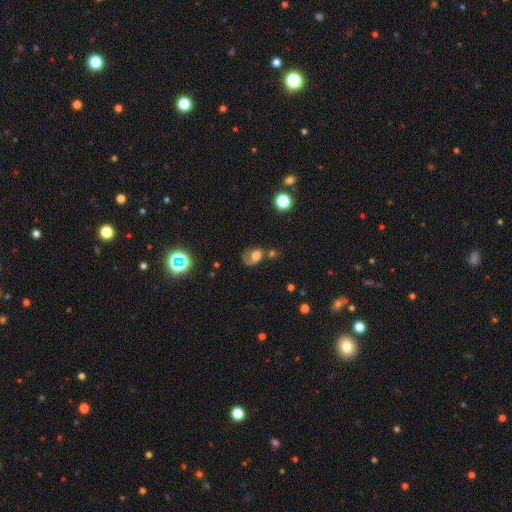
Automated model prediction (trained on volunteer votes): Q: Smooth or featured?
A: smooth (55%); runner-up: featured or disk (32%)
Q: How rounded?
A: in between (60%); runner-up: round (39%)
Q: Merging?
A: major disturbance (33%); runner-up: none (31%)